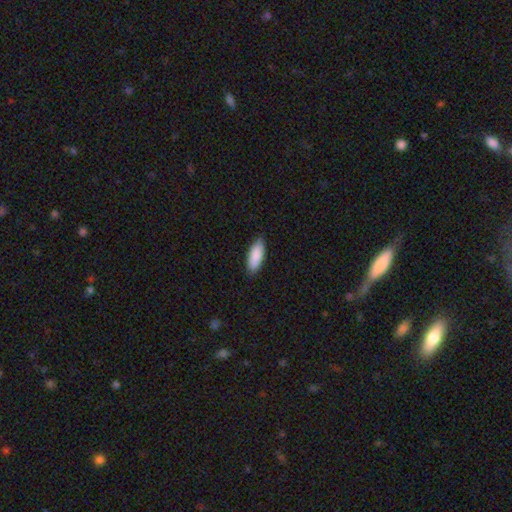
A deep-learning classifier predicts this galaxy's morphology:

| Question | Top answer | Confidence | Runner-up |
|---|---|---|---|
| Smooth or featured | smooth | 89% | star or artifact (5%) |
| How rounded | in between | 73% | cigar-shaped (26%) |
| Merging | none | 87% | minor disturbance (10%) |